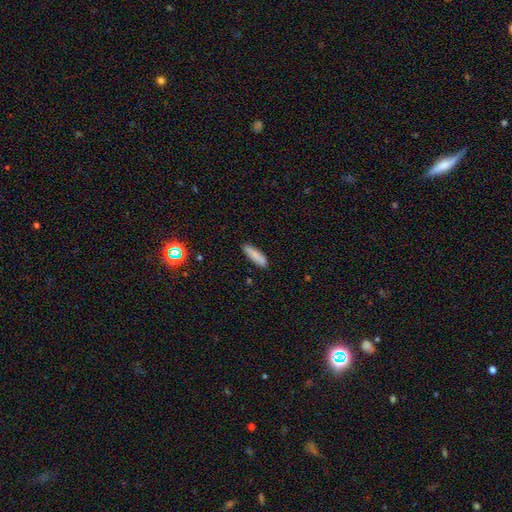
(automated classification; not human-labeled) Overall: smooth (86%). How rounded: cigar-shaped (68%; in between 31%). Merging: none (87%).